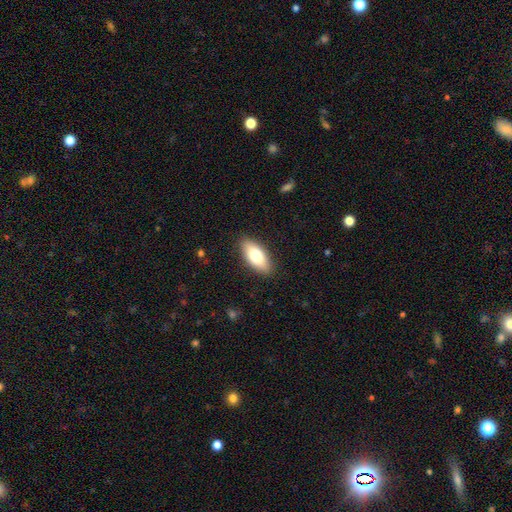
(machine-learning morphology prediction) Smooth or featured? smooth (76%)
How rounded? in between (85%)
Merging? none (88%)